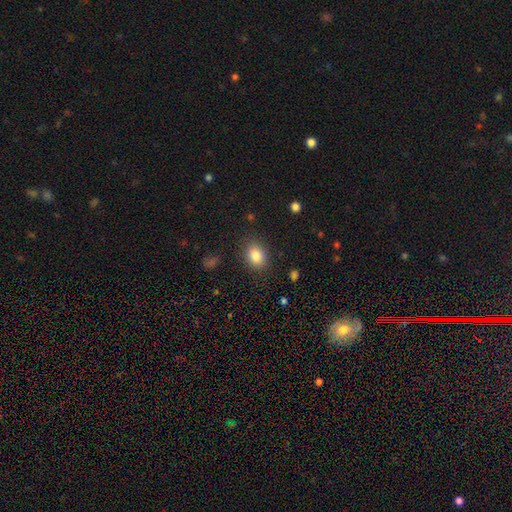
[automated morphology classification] smooth_or_featured: smooth (p=0.85) [alt: star or artifact p=0.09]
how_rounded: in between (p=0.64) [alt: round p=0.34]
merging: none (p=0.85) [alt: minor disturbance p=0.10]